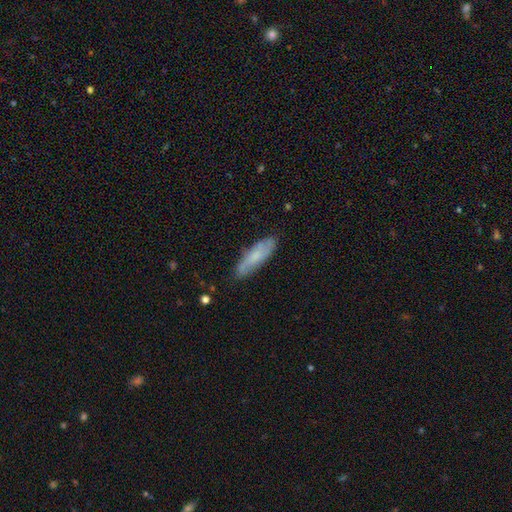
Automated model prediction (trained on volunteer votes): smooth 63%, featured or disk 30%, star or artifact 6%. Down the decision tree: how rounded — cigar-shaped (60%); merging — none (80%).